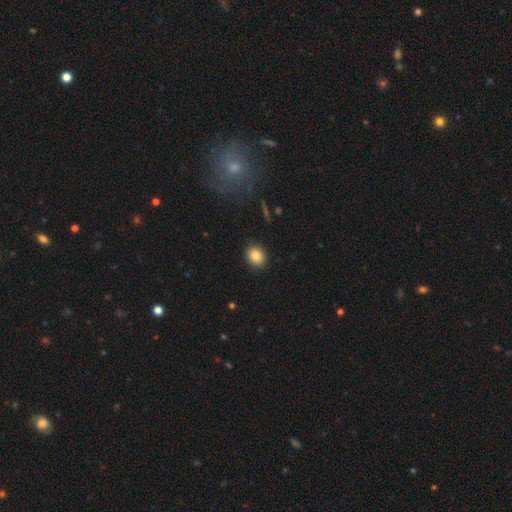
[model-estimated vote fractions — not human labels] smooth_or_featured: smooth (p=0.84) [alt: star or artifact p=0.10]
how_rounded: round (p=0.63) [alt: in between p=0.36]
merging: none (p=0.90) [alt: minor disturbance p=0.07]